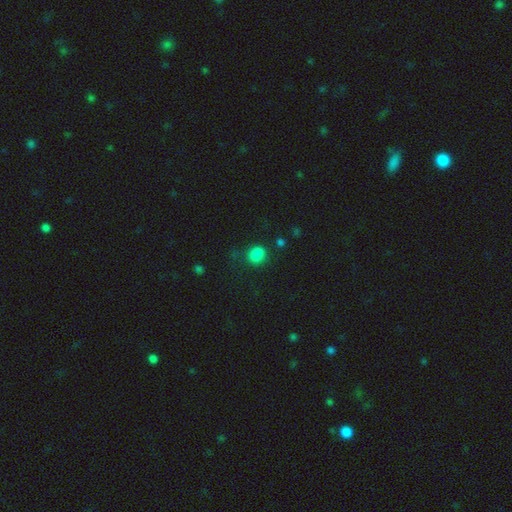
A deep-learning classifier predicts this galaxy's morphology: Q: Smooth or featured?
A: smooth (80%); runner-up: star or artifact (14%)
Q: How rounded?
A: round (62%); runner-up: in between (37%)
Q: Merging?
A: none (64%); runner-up: minor disturbance (20%)